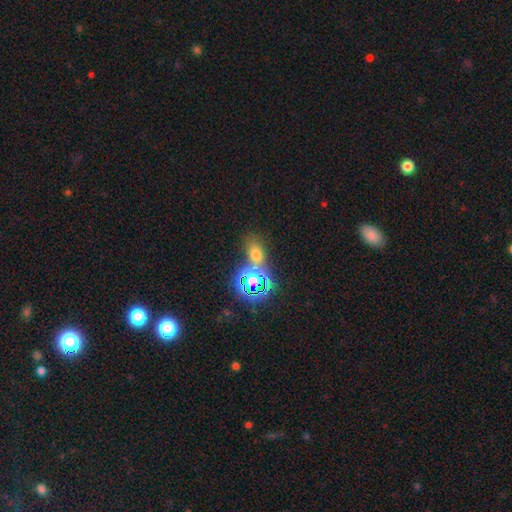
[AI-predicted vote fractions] Smooth or featured? smooth (48%)
Merging? none (60%)